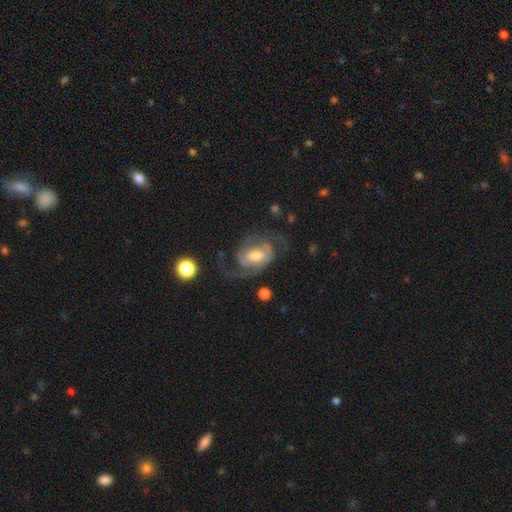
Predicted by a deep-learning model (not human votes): Smooth or featured? Predicted: featured or disk (p=0.88). Edge-on disk? Predicted: no (p=0.97). Bar? Predicted: weak (p=0.49). Spiral arms? Predicted: yes (p=0.97). Spiral winding? Predicted: medium (p=0.51). Spiral arm count? Predicted: 2 (p=0.81). Bulge size? Predicted: moderate (p=0.62). Merging? Predicted: none (p=0.66).